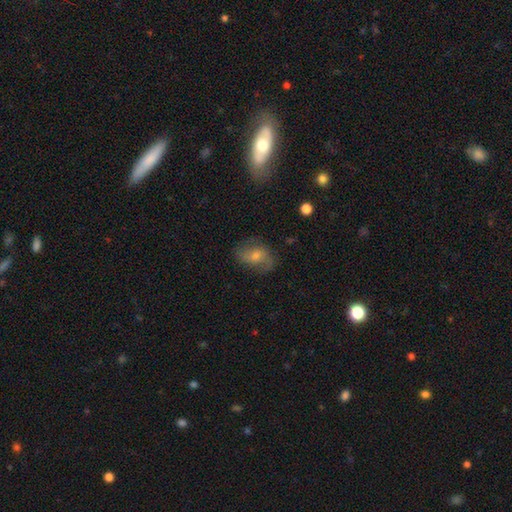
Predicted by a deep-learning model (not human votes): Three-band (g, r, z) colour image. It shows a featured or disk galaxy (57%) with no bar (55%), spiral arms (85%) and a moderate central bulge (51%). Merging: none (71%).